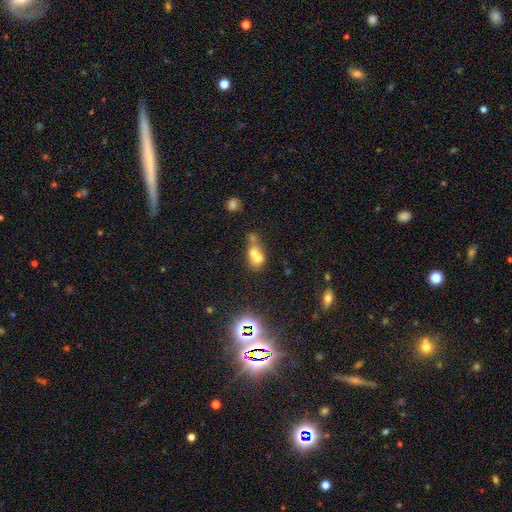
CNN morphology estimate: Smooth or featured? smooth (58%)
How rounded? round (51%)
Merging? merger (67%)